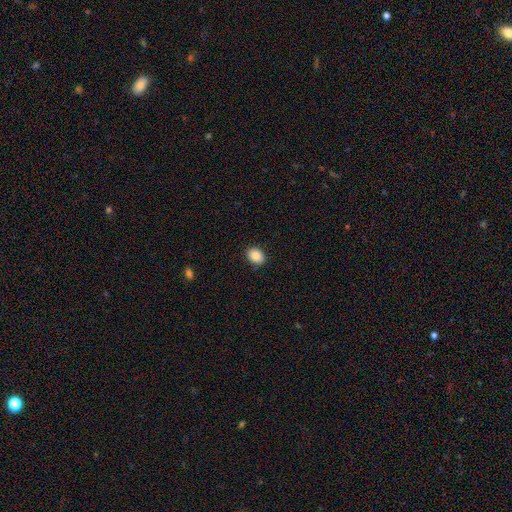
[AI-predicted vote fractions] Smooth or featured?
  - smooth: 87% *
  - star or artifact: 8%
  - featured or disk: 5%
How rounded?
  - in between: 65% *
  - round: 34%
  - cigar-shaped: 1%
Merging?
  - none: 89% *
  - minor disturbance: 8%
  - major disturbance: 2%
  - merger: 1%